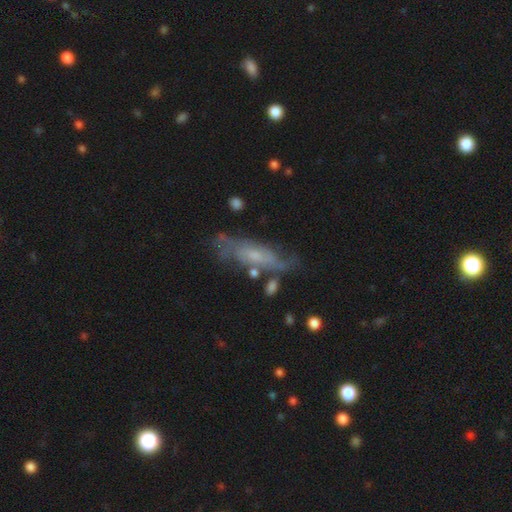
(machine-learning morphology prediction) featured or disk 62%, smooth 30%, star or artifact 8%. Down the decision tree: edge-on disk — no (69%); merging — none (58%).